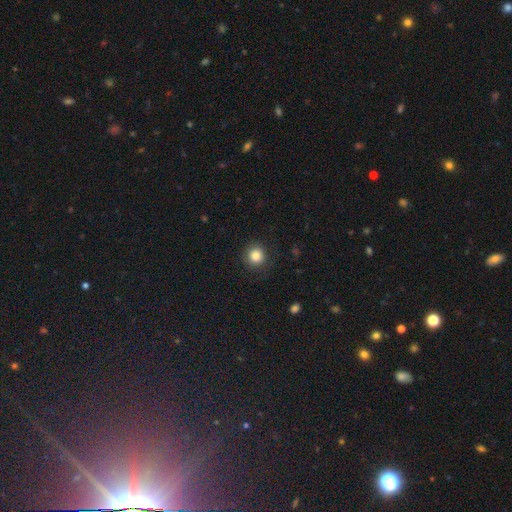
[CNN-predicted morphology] type=smooth (84%); roundness=round (92%); merging=none (87%).